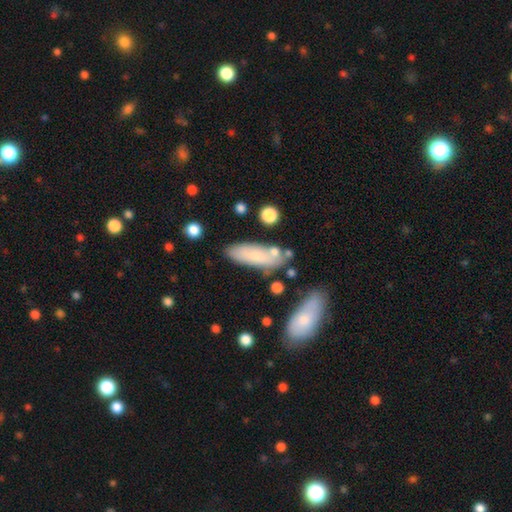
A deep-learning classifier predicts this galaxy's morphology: A smooth galaxy with no disk features (75%) that is in between round and cigar-shaped (59%). Merging: none (69%).